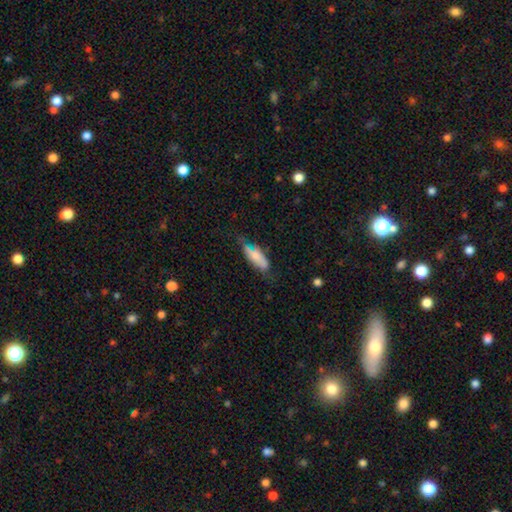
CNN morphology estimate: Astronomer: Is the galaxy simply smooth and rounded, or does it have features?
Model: smooth — 66%.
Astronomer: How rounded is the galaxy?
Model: in between — 60% (runner-up: cigar-shaped, 38%).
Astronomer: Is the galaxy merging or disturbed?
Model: none — 50% (runner-up: minor disturbance, 34%).